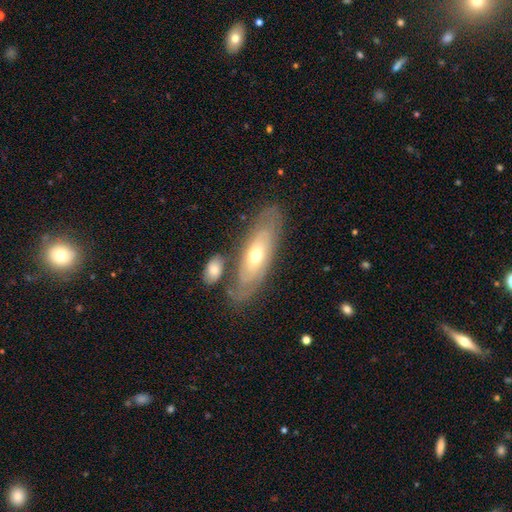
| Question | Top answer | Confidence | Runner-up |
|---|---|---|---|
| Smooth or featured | featured or disk | 70% | smooth (22%) |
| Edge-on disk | no | 75% | yes (25%) |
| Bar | no | 86% | weak (10%) |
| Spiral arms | yes | 62% | no (38%) |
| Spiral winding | tight | 54% | medium (38%) |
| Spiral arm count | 2 | 54% | can't tell (38%) |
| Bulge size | moderate | 81% | small (14%) |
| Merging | none | 59% | minor disturbance (22%) |